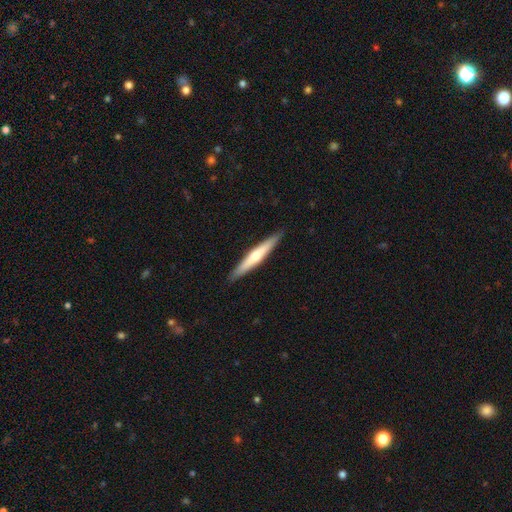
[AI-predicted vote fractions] A featured or disk galaxy (50%).

Vote fractions:
- Smooth or featured? featured or disk: 50% / smooth: 46% / star or artifact: 5%
- Merging? none: 91% / minor disturbance: 7% / major disturbance: 1% / merger: 1%